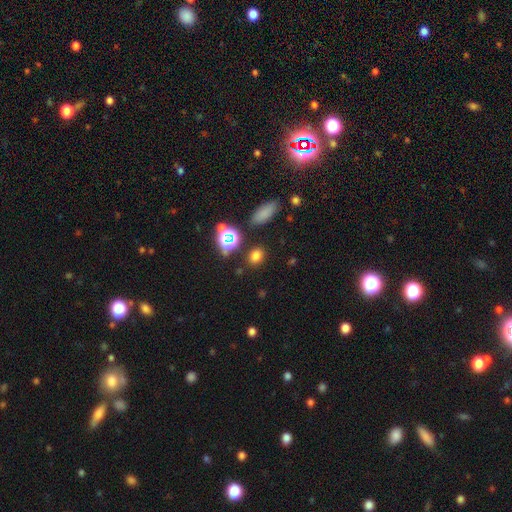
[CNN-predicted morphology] A smooth galaxy with no disk features (72%) that is in between round and cigar-shaped (55%). Merging: none (84%).